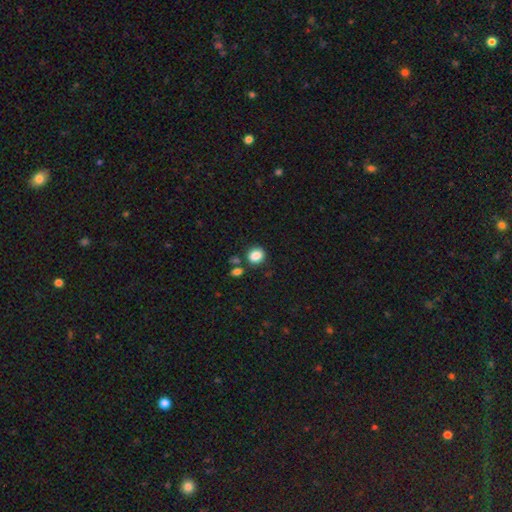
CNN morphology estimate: A smooth galaxy with no disk features (86%) that is round (58%). Merging: none (74%).